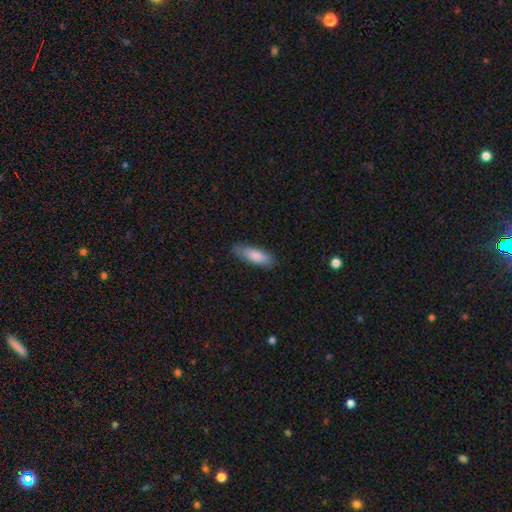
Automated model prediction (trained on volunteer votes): smooth_or_featured: smooth (p=0.83) [alt: featured or disk p=0.11]
how_rounded: in between (p=0.57) [alt: cigar-shaped p=0.41]
merging: none (p=0.80) [alt: minor disturbance p=0.16]